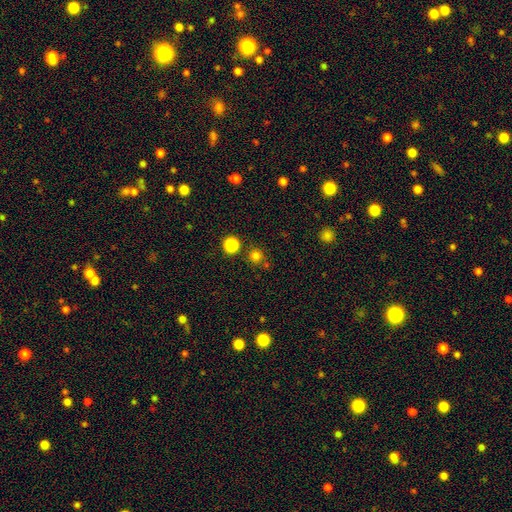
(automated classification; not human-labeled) This is likely a smooth galaxy (76%). How rounded: clearly round (93%). Merging: likely none (77%).